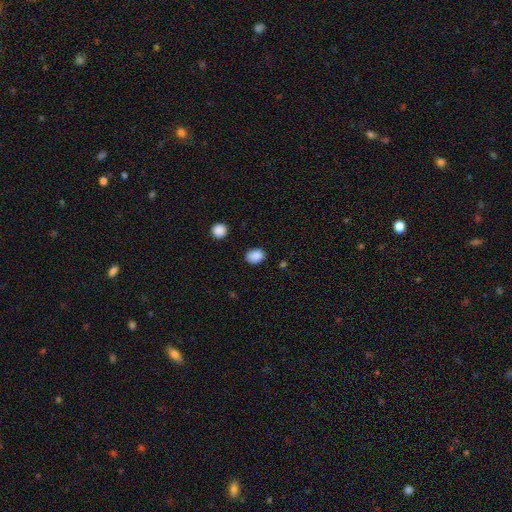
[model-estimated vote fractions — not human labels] Q: Smooth or featured?
A: smooth (88%); runner-up: star or artifact (9%)
Q: How rounded?
A: in between (62%); runner-up: round (37%)
Q: Merging?
A: none (85%); runner-up: minor disturbance (11%)